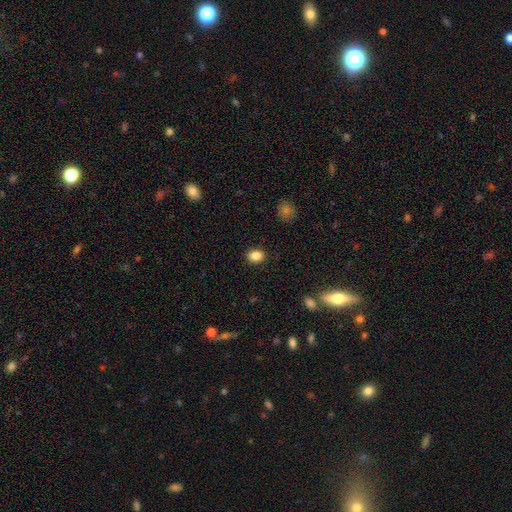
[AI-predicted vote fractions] Overall: smooth (86%). How rounded: in between (60%; round 39%). Merging: none (89%).